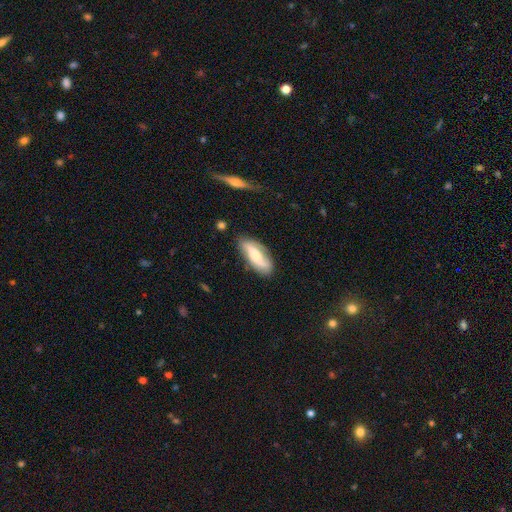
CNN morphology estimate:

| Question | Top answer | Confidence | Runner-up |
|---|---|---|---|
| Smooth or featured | smooth | 47% | featured or disk (46%) |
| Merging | none | 75% | minor disturbance (18%) |